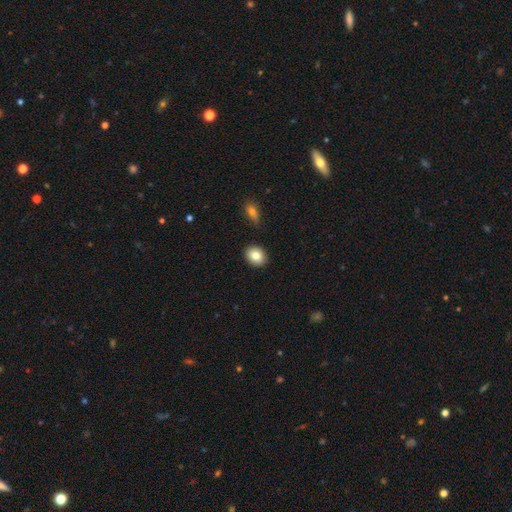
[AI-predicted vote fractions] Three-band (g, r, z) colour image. It shows a smooth galaxy with no disk features (83%) that is in between round and cigar-shaped (50%). Merging: none (88%).